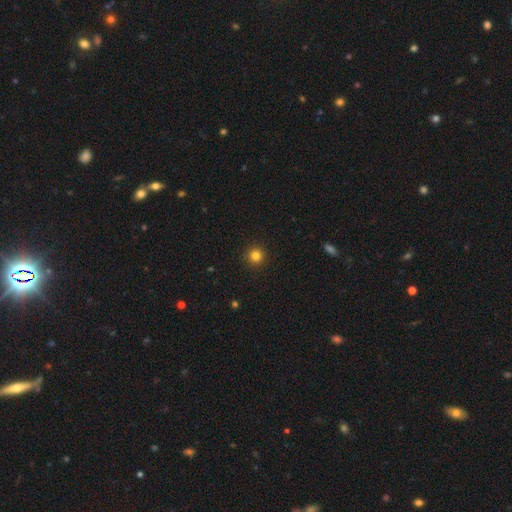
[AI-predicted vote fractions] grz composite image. It shows a smooth galaxy with no disk features (82%) that is round (95%). Merging: none (93%).